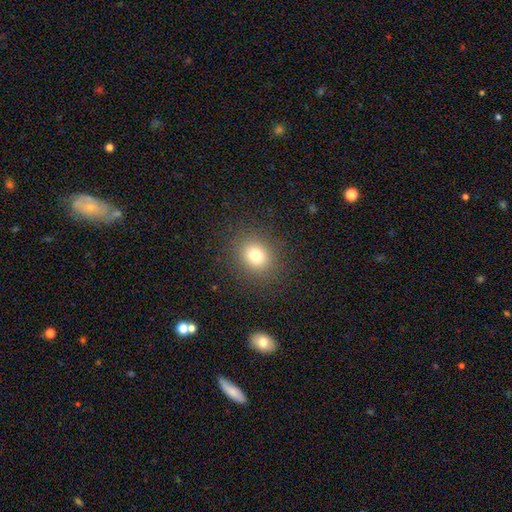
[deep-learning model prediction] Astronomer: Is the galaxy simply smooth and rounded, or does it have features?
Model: smooth — 77%.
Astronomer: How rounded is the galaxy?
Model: round — 67%.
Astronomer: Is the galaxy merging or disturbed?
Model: none — 88%.